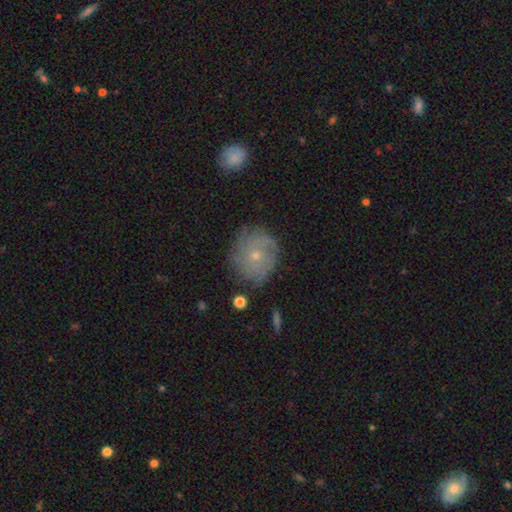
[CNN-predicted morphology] Smooth or featured? Predicted: featured or disk (p=0.52). Edge-on disk? Predicted: no (p=0.96). Merging? Predicted: none (p=0.73).